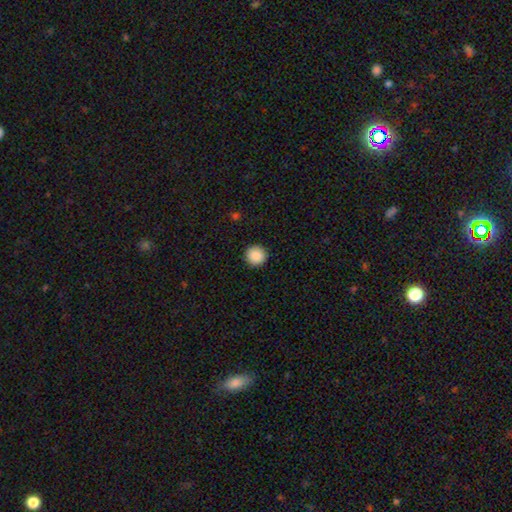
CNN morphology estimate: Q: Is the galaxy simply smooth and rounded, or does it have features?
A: smooth — 89%.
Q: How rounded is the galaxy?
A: round — 95%.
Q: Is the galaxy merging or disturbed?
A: none — 93%.